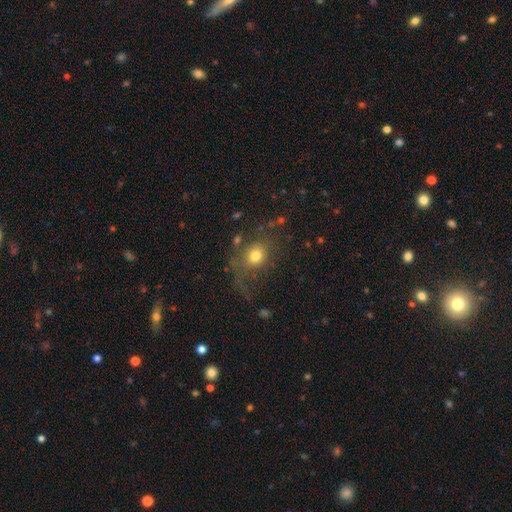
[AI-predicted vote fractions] This appears to be a smooth galaxy with no disk features (71%) that is round (64%). Merging: none (51%).